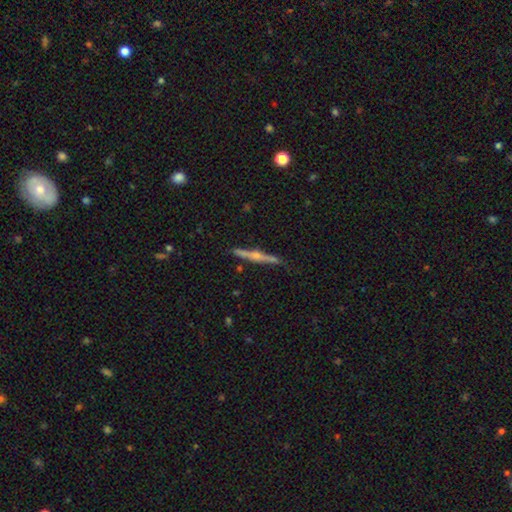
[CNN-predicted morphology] A featured or disk galaxy (71%) viewed edge-on (98%) with a rounded central bulge (83%).

Vote fractions:
- Smooth or featured? featured or disk: 71% / smooth: 22% / star or artifact: 7%
- Edge-on disk? yes: 98% / no: 2%
- Edge-on bulge? rounded: 83% / none: 11% / boxy: 6%
- Merging? none: 85% / minor disturbance: 11% / major disturbance: 2% / merger: 2%